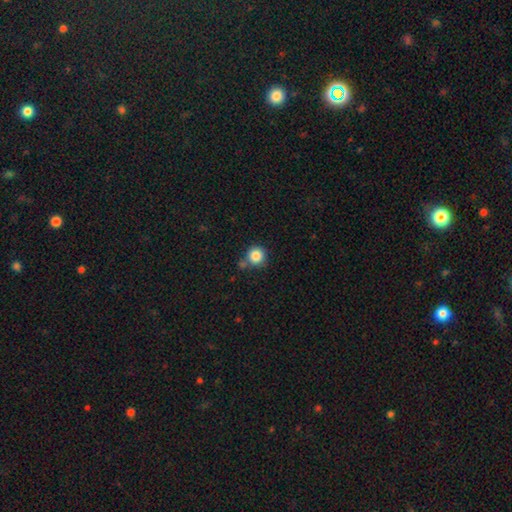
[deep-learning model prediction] smooth 85%, star or artifact 10%, featured or disk 5%. Down the decision tree: how rounded — round (94%); merging — none (72%).